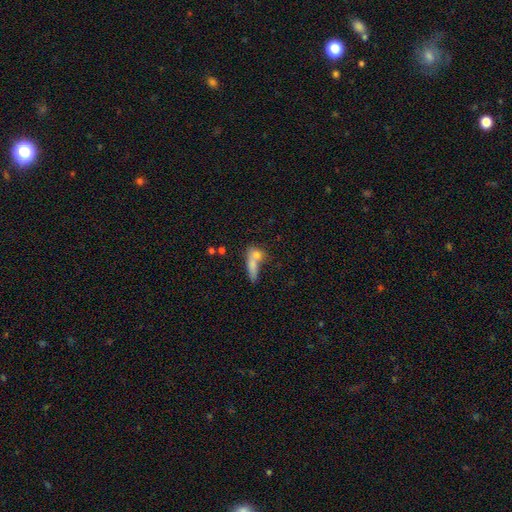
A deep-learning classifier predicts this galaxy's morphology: Overall: smooth (70%). How rounded: in between (47%; cigar-shaped 34%). Merging: merger (48%; none 32%).